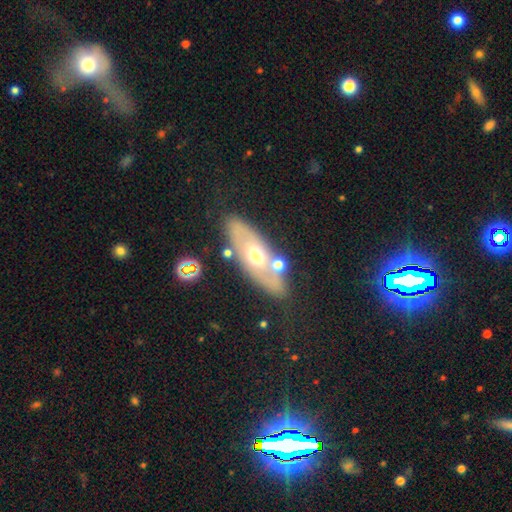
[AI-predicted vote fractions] Overall: featured or disk (57%; smooth 35%). Edge-on disk: no (73%). Merging: none (73%).